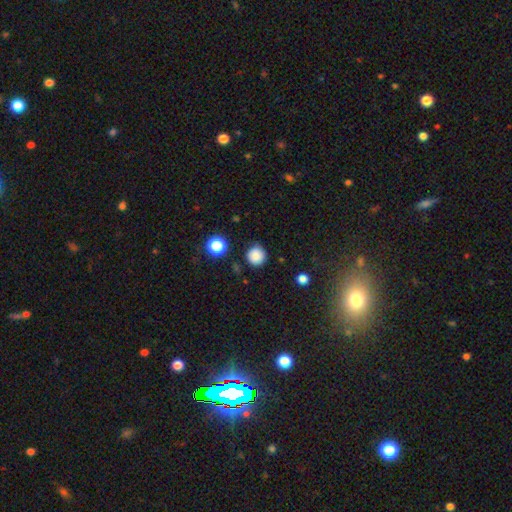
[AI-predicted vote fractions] Smooth or featured: smooth — 85% (star or artifact — 11%)
How rounded: round — 93% (in between — 6%)
Merging: none — 84% (minor disturbance — 11%)